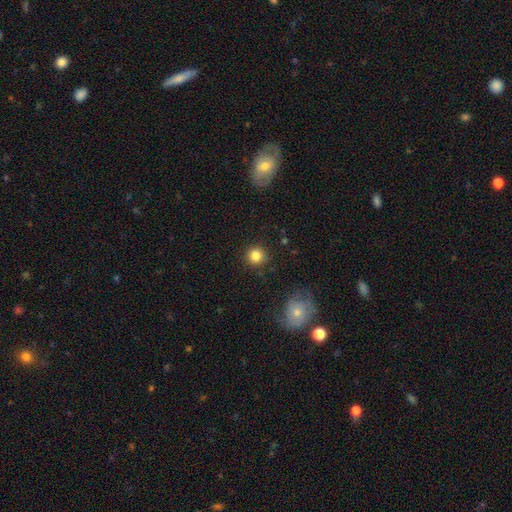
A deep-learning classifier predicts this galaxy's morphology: smooth 84%, star or artifact 11%, featured or disk 5%. Down the decision tree: how rounded — round (93%); merging — none (89%).